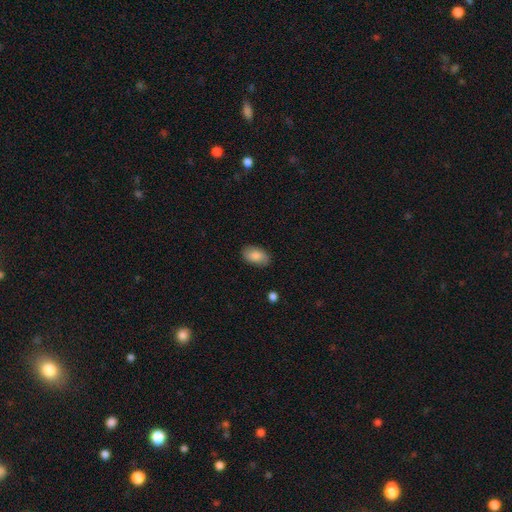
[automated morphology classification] The model was most divided on "smooth or featured": smooth: 82%, featured or disk: 12%, star or artifact: 7%. More confident: how rounded — in between (93%); merging — none (85%).